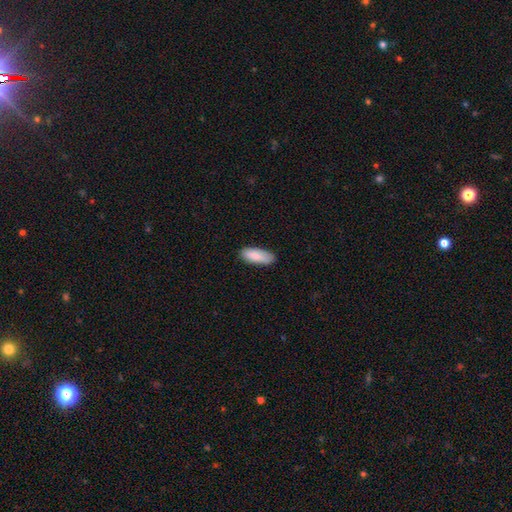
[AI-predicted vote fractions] Smooth or featured? smooth (88%)
How rounded? in between (75%)
Merging? none (85%)